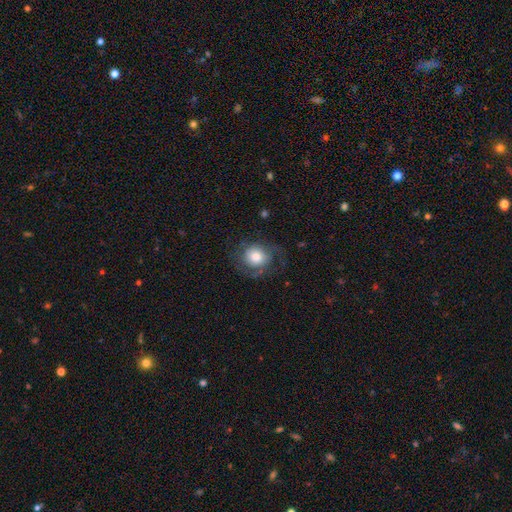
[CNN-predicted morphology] smooth-or-featured: featured or disk: 53% | smooth: 39% | star or artifact: 8%
  disk-edge-on: no: 97% | yes: 3%
    bar: no: 79% | weak: 18% | strong: 3%
    has-spiral-arms: yes: 86% | no: 14%
    bulge-size: moderate: 47% | large: 34% | small: 10% | dominant: 7% | none: 2%
  merging: none: 62% | minor disturbance: 19% | major disturbance: 18% | merger: 1%